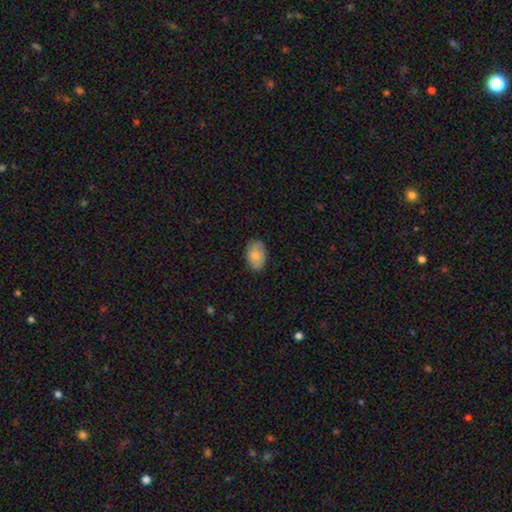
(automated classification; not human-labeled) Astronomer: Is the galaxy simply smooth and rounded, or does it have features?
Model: smooth — 80%.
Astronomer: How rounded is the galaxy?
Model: in between — 89%.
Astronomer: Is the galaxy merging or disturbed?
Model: none — 83%.